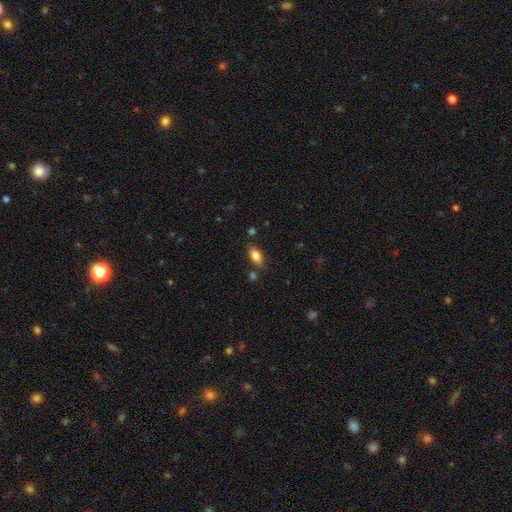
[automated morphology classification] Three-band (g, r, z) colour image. It shows a smooth galaxy with no disk features (82%) that is in between round and cigar-shaped (90%). Merging: none (80%).